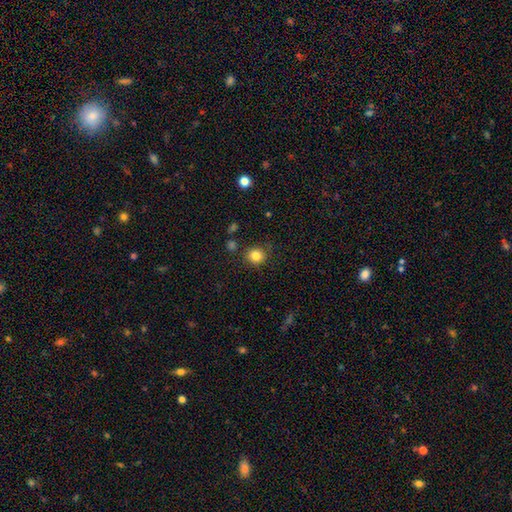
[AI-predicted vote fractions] smooth 84%, star or artifact 11%, featured or disk 5%. Down the decision tree: how rounded — round (89%); merging — none (85%).